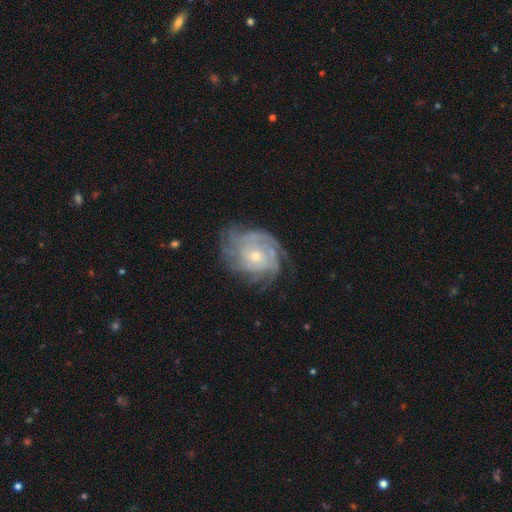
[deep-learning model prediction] featured or disk 86%, smooth 8%, star or artifact 6%. Down the decision tree: edge-on disk — no (97%); bar — no (76%); spiral arms — yes (96%); spiral arm count — can't tell (32%); spiral winding — tight (69%); bulge size — small (62%); merging — none (71%).